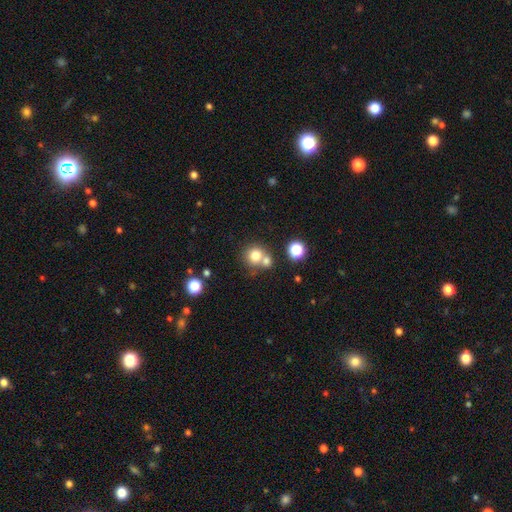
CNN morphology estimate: smooth-or-featured: smooth: 76% | star or artifact: 13% | featured or disk: 11%
  how-rounded: round: 88% | in between: 11% | cigar-shaped: 1%
  merging: none: 50% | merger: 39% | minor disturbance: 8% | major disturbance: 3%